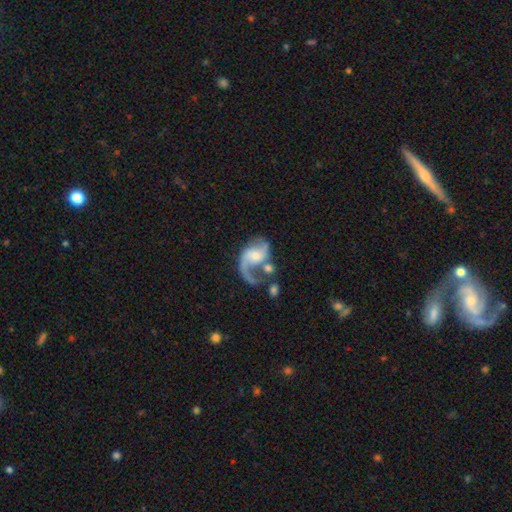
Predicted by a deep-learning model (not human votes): Smooth or featured?
  - featured or disk: 86% *
  - smooth: 8%
  - star or artifact: 5%
Edge-on disk?
  - no: 98% *
  - yes: 2%
Bar?
  - no: 52% *
  - weak: 38%
  - strong: 10%
Spiral arms?
  - yes: 95% *
  - no: 5%
Spiral winding?
  - loose: 58% *
  - medium: 36%
  - tight: 6%
Spiral arm count?
  - 2: 74% *
  - 1: 20%
  - can't tell: 2%
  - 3: 1%
  - 4: 1%
  - more than 4: 1%
Bulge size?
  - moderate: 43% *
  - small: 41%
  - none: 8%
  - large: 6%
  - dominant: 2%
Merging?
  - none: 38% *
  - major disturbance: 25%
  - merger: 20%
  - minor disturbance: 17%